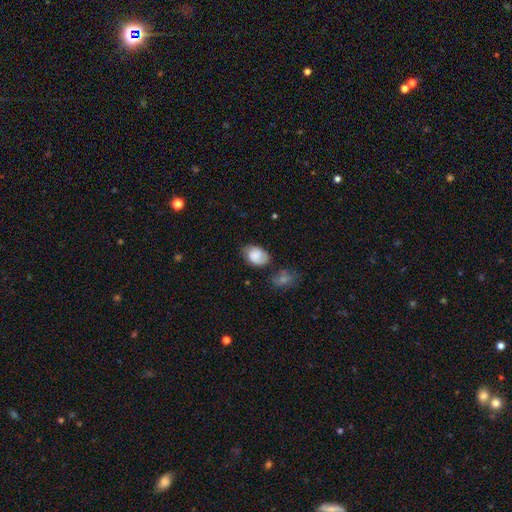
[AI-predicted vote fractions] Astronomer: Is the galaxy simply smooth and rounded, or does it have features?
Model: smooth — 70%.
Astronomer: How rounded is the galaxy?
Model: in between — 83%.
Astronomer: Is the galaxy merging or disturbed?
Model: none — 61%.